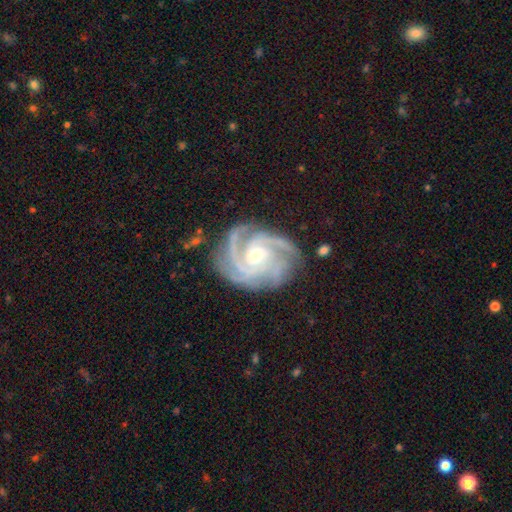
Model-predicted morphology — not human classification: smooth-or-featured: featured or disk: 93% | star or artifact: 4% | smooth: 3%
  disk-edge-on: no: 98% | yes: 2%
    bar: no: 61% | weak: 29% | strong: 10%
    has-spiral-arms: yes: 99% | no: 1%
      spiral-winding: tight: 66% | medium: 31% | loose: 3%
      spiral-arm-count: 3: 41% | 4: 33% | can't tell: 8% | 2: 8% | more than 4: 6% | 1: 5%
    bulge-size: small: 59% | moderate: 38% | large: 1% | none: 1% | dominant: 1%
  merging: none: 77% | minor disturbance: 16% | major disturbance: 5% | merger: 1%